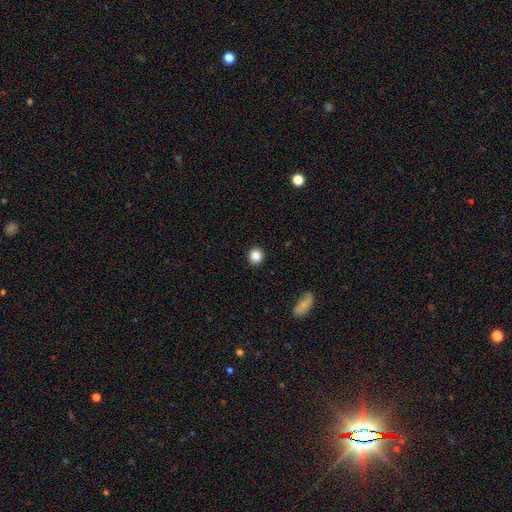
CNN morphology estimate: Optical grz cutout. It shows a smooth galaxy with no disk features (85%) that is round (92%). Merging: none (93%).